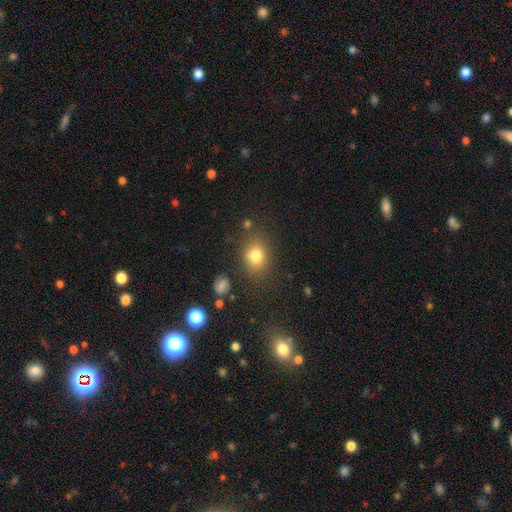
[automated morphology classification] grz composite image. It shows a smooth galaxy with no disk features (79%) that is in between round and cigar-shaped (52%). Merging: none (75%).